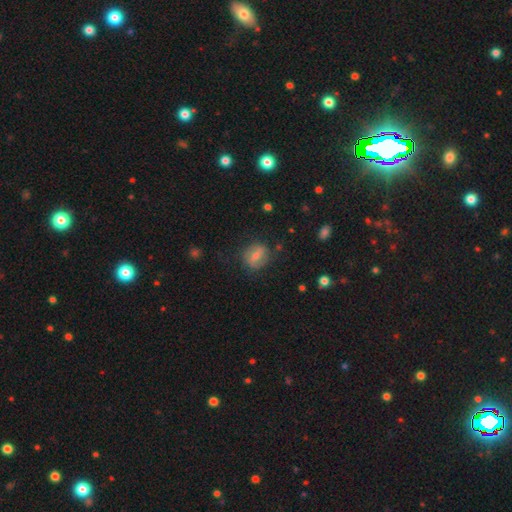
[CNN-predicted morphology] smooth-or-featured: smooth: 51% | featured or disk: 41% | star or artifact: 8%
  how-rounded: round: 56% | in between: 42% | cigar-shaped: 2%
  merging: none: 72% | minor disturbance: 19% | major disturbance: 8% | merger: 2%